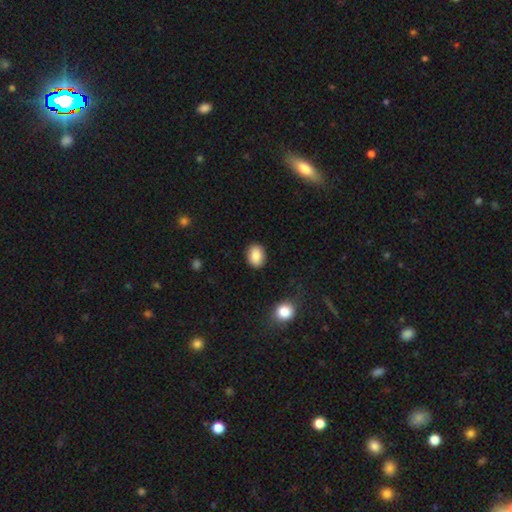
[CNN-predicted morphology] The model was most divided on "how rounded": in between: 68%, round: 31%, cigar-shaped: 1%. More confident: merging — none (87%); smooth or featured — smooth (87%).